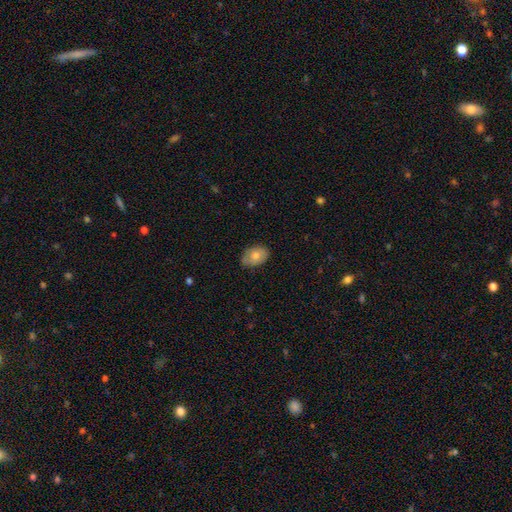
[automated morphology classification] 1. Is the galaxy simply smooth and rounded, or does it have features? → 76% smooth, 17% featured or disk, 7% star or artifact.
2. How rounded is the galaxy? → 83% in between, 16% round, 1% cigar-shaped.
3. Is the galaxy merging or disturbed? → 78% none, 18% minor disturbance, 3% major disturbance, 1% merger.